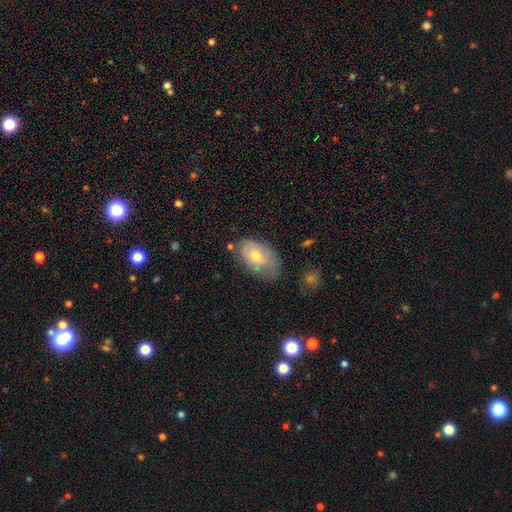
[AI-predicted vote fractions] The model was most divided on "merging": none: 54%, minor disturbance: 33%, major disturbance: 10%, merger: 3%. More confident: how rounded — in between (92%); smooth or featured — smooth (62%).